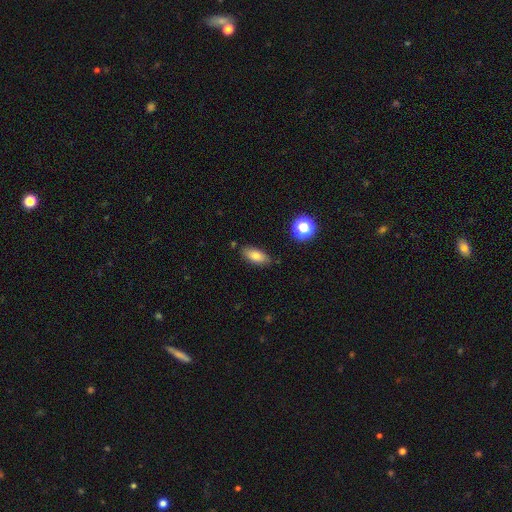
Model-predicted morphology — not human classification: This is likely a smooth galaxy (78%). How rounded: clearly in between (84%). Merging: clearly none (82%).